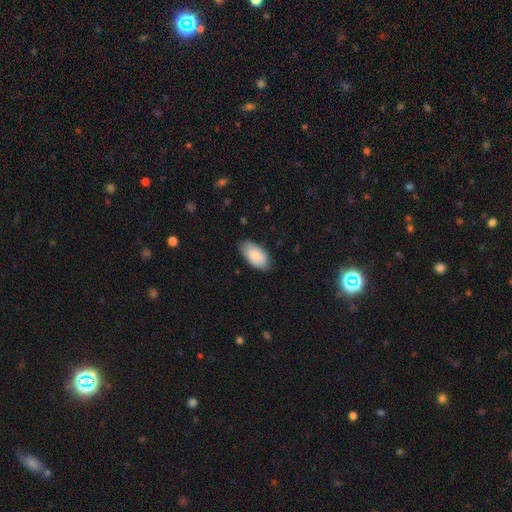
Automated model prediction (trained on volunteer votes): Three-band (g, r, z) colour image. It shows a smooth galaxy with no disk features (84%) that is in between round and cigar-shaped (95%). Merging: none (79%).